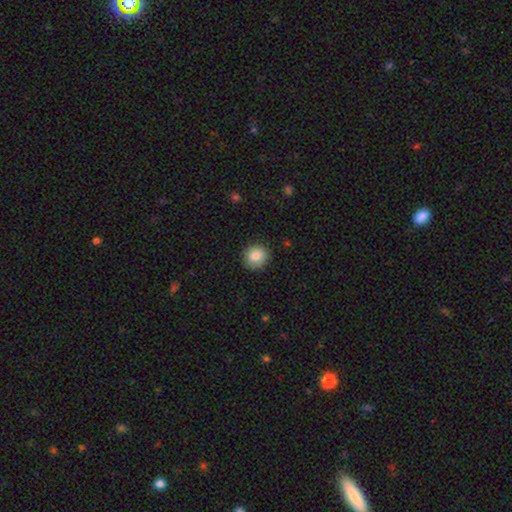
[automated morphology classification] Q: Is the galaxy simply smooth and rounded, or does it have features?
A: smooth — 86%.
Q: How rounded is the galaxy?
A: round — 87%.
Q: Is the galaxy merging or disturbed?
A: none — 89%.